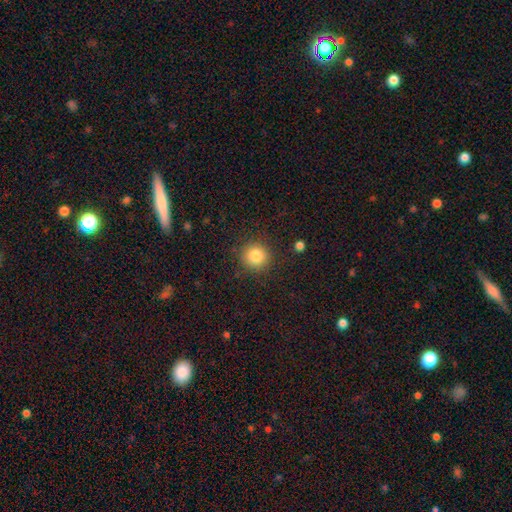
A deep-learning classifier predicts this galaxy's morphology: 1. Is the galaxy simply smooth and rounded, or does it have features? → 83% smooth, 11% star or artifact, 6% featured or disk.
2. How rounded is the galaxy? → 92% round, 7% in between, 1% cigar-shaped.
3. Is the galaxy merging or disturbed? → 89% none, 7% minor disturbance, 3% major disturbance, 1% merger.